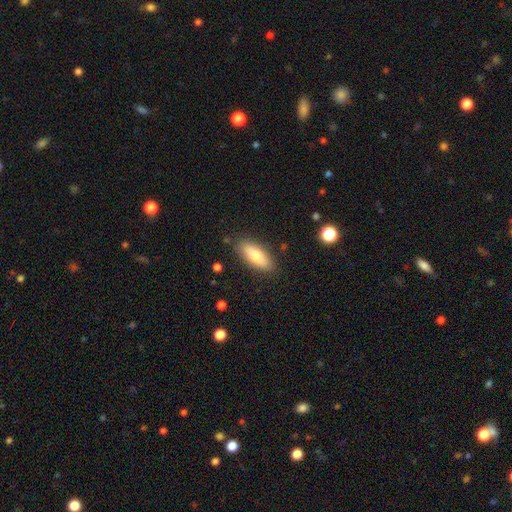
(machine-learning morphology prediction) The model was most divided on "how rounded": in between: 67%, cigar-shaped: 31%, round: 2%. More confident: merging — none (84%); smooth or featured — smooth (79%).